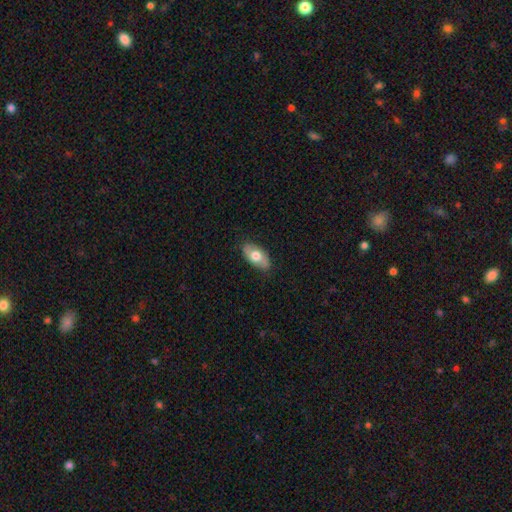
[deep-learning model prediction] The model was most divided on "smooth or featured": smooth: 66%, featured or disk: 28%, star or artifact: 6%. More confident: how rounded — in between (93%); merging — none (84%).